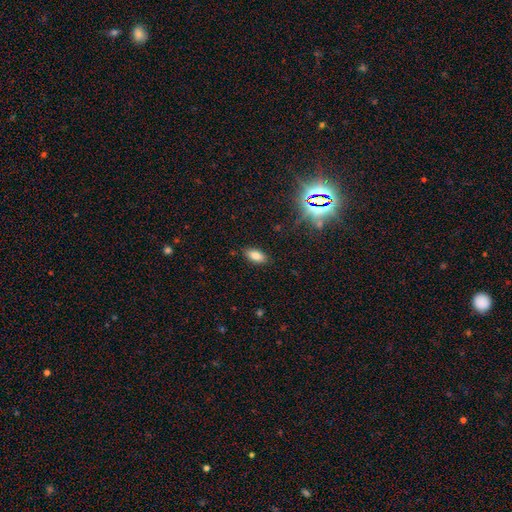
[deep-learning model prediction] Smooth or featured?
  - smooth: 80% *
  - star or artifact: 12%
  - featured or disk: 8%
How rounded?
  - in between: 89% *
  - cigar-shaped: 8%
  - round: 3%
Merging?
  - none: 87% *
  - minor disturbance: 9%
  - major disturbance: 2%
  - merger: 1%